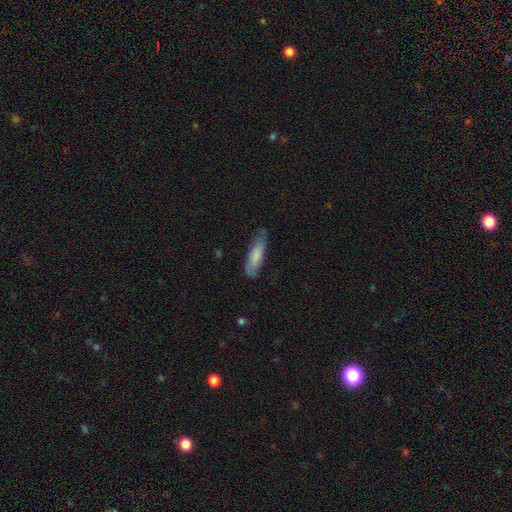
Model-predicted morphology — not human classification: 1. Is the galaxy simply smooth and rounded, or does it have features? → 73% smooth, 21% featured or disk, 6% star or artifact.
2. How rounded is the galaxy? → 60% cigar-shaped, 38% in between, 1% round.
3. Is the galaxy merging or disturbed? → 67% none, 26% minor disturbance, 6% major disturbance, 2% merger.